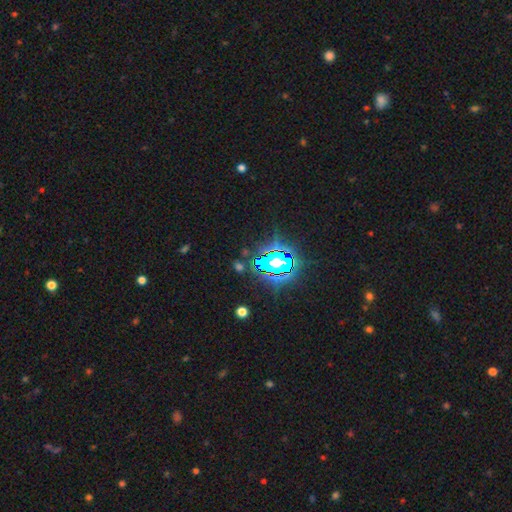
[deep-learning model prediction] This is clearly a star or artifact rather than a galaxy (83%).